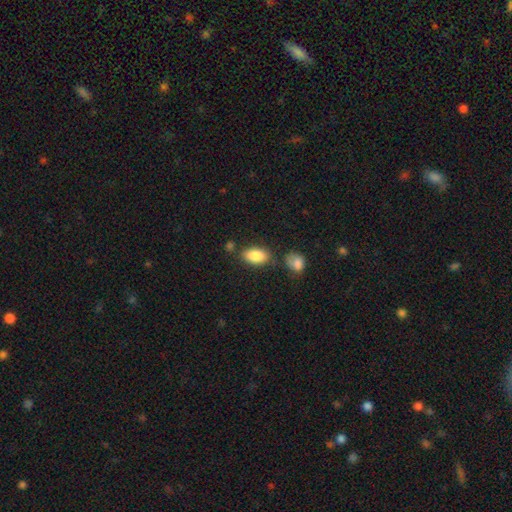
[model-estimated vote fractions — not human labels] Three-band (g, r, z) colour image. It shows a smooth galaxy with no disk features (86%) that is in between round and cigar-shaped (93%). Merging: none (73%).